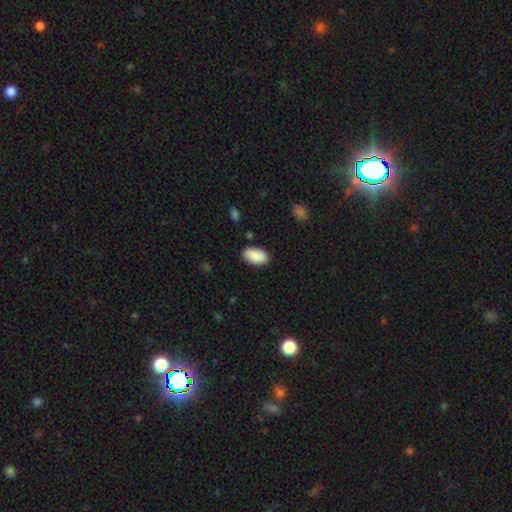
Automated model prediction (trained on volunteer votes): This appears to be a smooth galaxy with no disk features (90%) that is in between round and cigar-shaped (95%). Merging: none (84%).